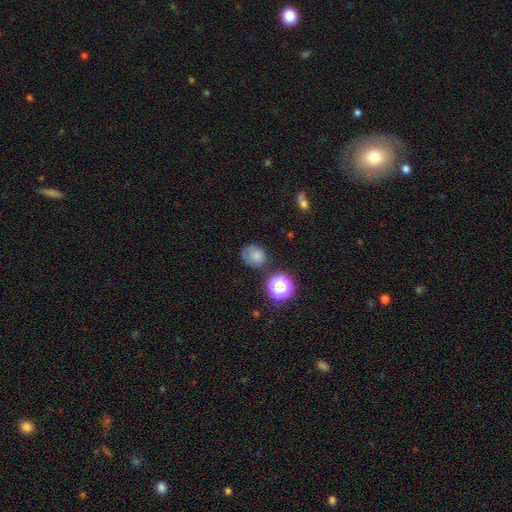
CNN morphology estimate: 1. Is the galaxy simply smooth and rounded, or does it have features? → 71% smooth, 17% star or artifact, 12% featured or disk.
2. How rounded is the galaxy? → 67% round, 32% in between, 1% cigar-shaped.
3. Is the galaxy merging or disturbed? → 61% none, 24% minor disturbance, 9% major disturbance, 6% merger.